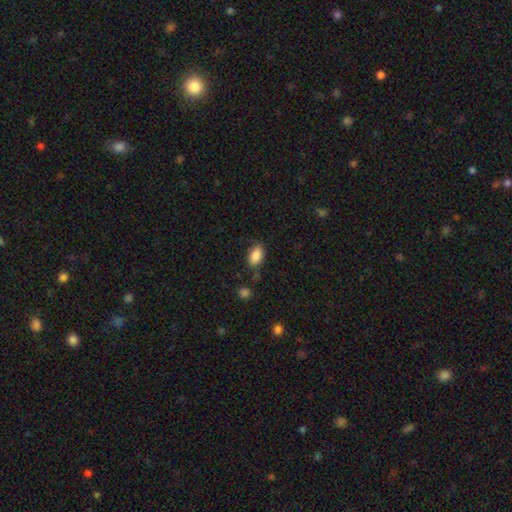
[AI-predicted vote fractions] Morphology: type=smooth (87%); roundness=in between (90%); merging=none (77%).